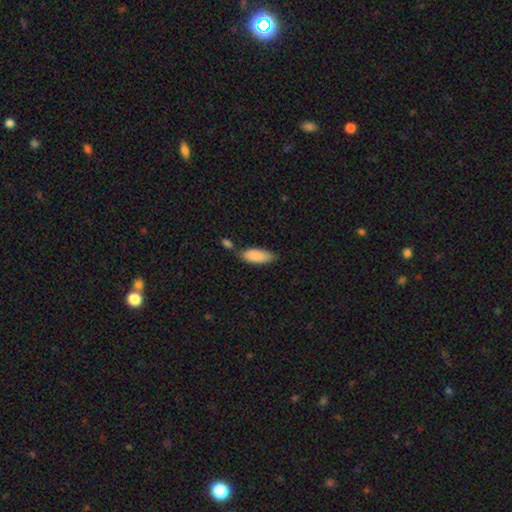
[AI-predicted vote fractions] Overall: smooth (88%). How rounded: in between (82%). Merging: none (55%; minor disturbance 21%).